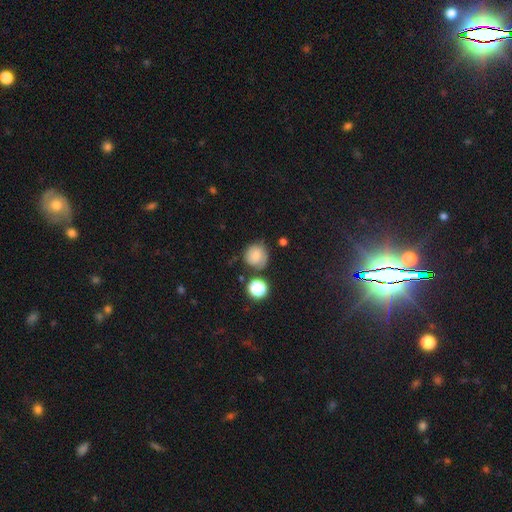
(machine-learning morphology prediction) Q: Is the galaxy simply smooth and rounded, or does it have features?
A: smooth — 64%.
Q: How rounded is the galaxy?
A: round — 89%.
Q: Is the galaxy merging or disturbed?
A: none — 69%.